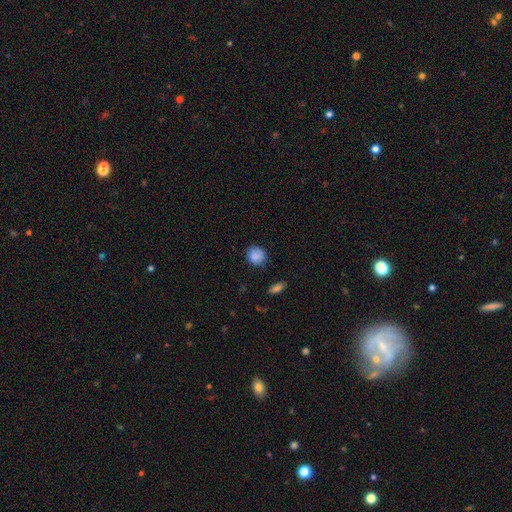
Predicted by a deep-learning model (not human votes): smooth-or-featured: smooth: 86% | star or artifact: 8% | featured or disk: 6%
  how-rounded: round: 77% | in between: 22% | cigar-shaped: 1%
  merging: none: 77% | minor disturbance: 18% | major disturbance: 4% | merger: 2%